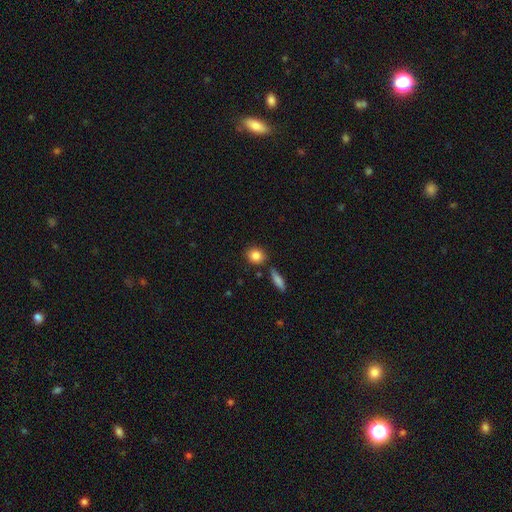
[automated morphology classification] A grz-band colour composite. It shows a smooth galaxy with no disk features (84%) that is round (66%). Merging: none (79%).